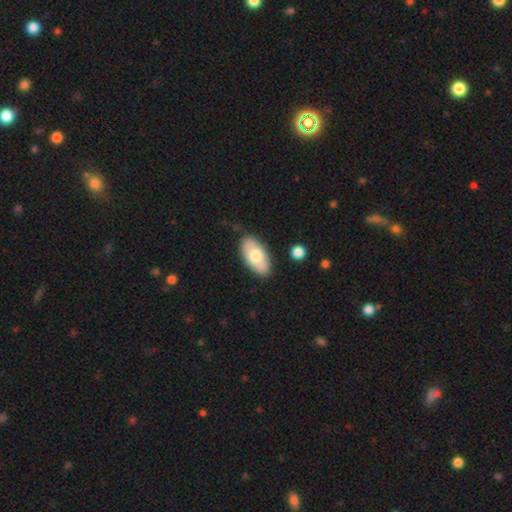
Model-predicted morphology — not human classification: Smooth or featured? Predicted: smooth (p=0.65). How rounded? Predicted: in between (p=0.93). Merging? Predicted: none (p=0.83).